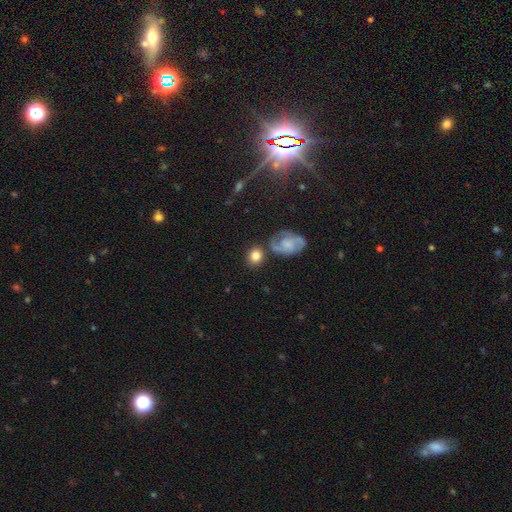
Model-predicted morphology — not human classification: smooth 76%, featured or disk 16%, star or artifact 8%. Down the decision tree: how rounded — round (71%); merging — none (71%).